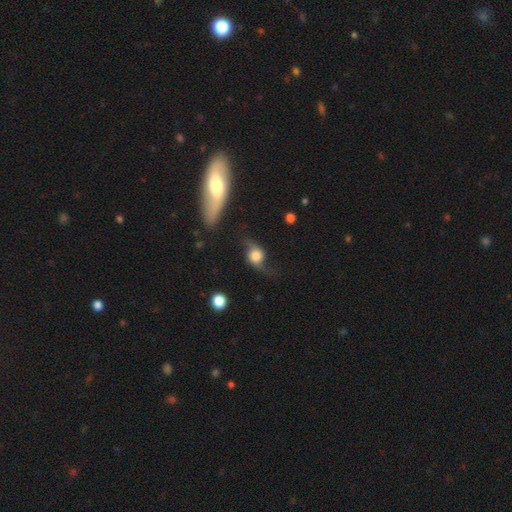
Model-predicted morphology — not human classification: type=featured or disk (67%); edge-on=no (84%); bar=no (70%); spiral arms=yes (91%); winding=loose (89%); arm count=2 (91%); bulge=large (44%); merging=none (58%).